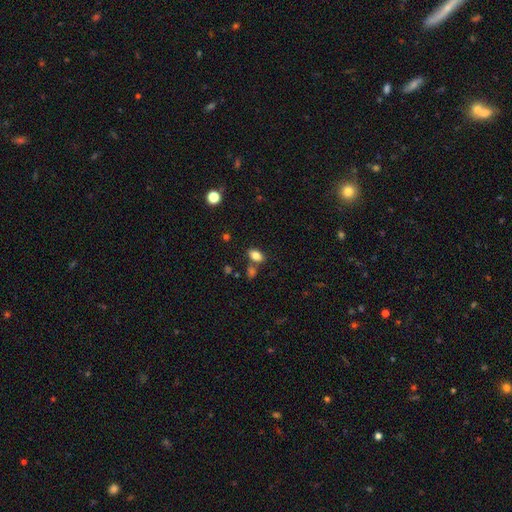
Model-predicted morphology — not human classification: This is clearly a smooth galaxy (83%). How rounded: clearly in between (88%). Merging: likely none (71%).